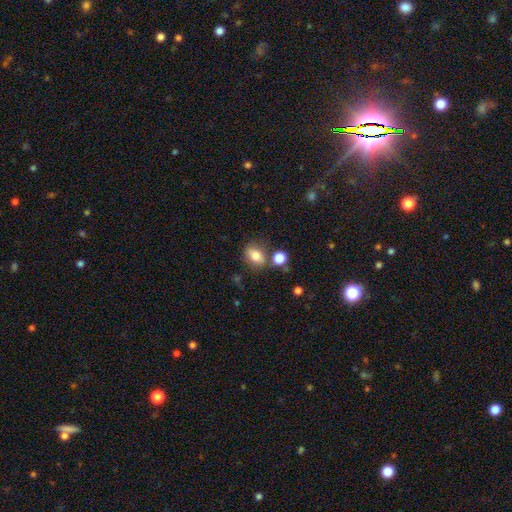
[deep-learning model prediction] smooth-or-featured: smooth: 78% | featured or disk: 12% | star or artifact: 10%
  how-rounded: in between: 71% | round: 26% | cigar-shaped: 3%
  merging: none: 67% | minor disturbance: 15% | merger: 13% | major disturbance: 5%